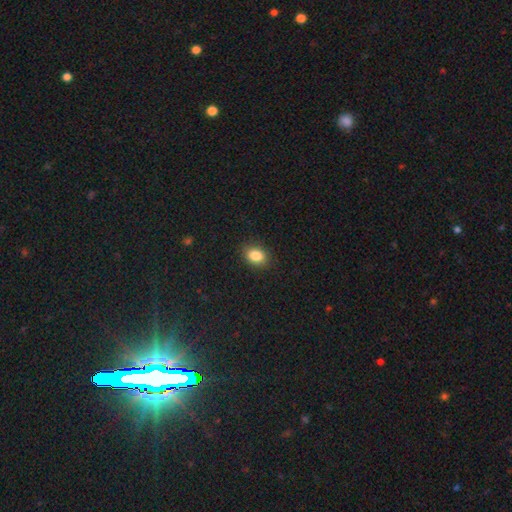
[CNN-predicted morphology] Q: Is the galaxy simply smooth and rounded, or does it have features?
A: smooth — 86%.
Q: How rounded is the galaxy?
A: in between — 74%.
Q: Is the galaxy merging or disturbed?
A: none — 88%.